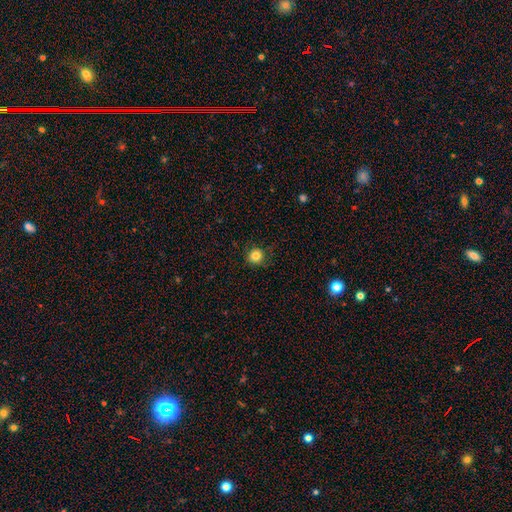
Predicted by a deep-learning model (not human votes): A smooth galaxy with no disk features (83%) that is round (93%).

Vote fractions:
- Smooth or featured? smooth: 83% / star or artifact: 12% / featured or disk: 5%
- How rounded? round: 93% / in between: 6% / cigar-shaped: 1%
- Merging? none: 82% / minor disturbance: 13% / major disturbance: 4% / merger: 1%